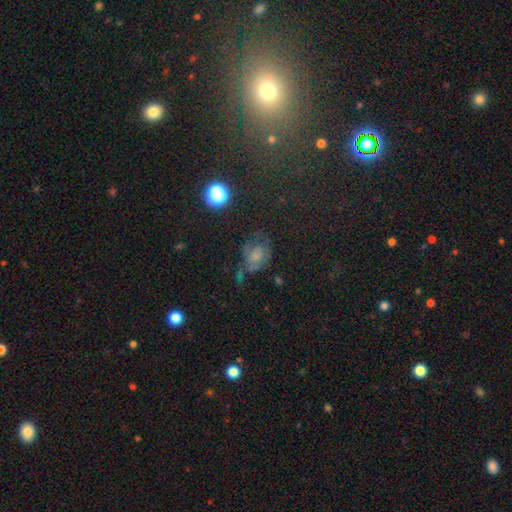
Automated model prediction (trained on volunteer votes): This is possibly a smooth galaxy (50%). How rounded: possibly in between (51%). Merging: marginally none (41%).